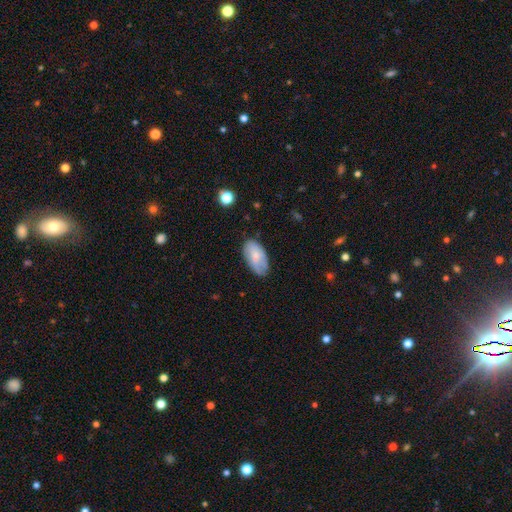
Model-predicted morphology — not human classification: This is likely a smooth galaxy (68%). How rounded: clearly in between (94%). Merging: likely none (66%).